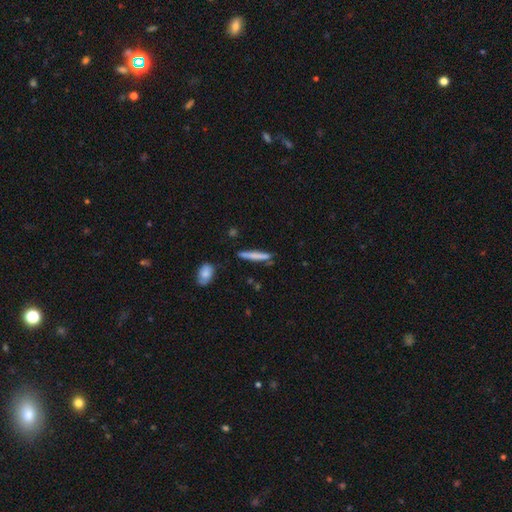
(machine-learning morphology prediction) Overall: smooth (71%). How rounded: cigar-shaped (94%). Merging: none (83%).